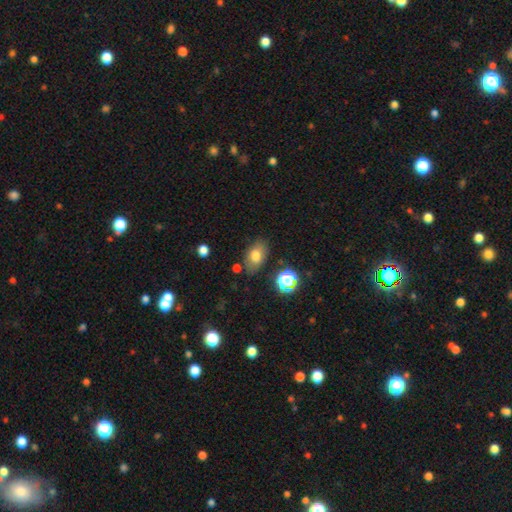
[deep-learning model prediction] The model was most divided on "merging": none: 76%, minor disturbance: 16%, merger: 5%, major disturbance: 4%. More confident: how rounded — in between (85%); smooth or featured — smooth (74%).